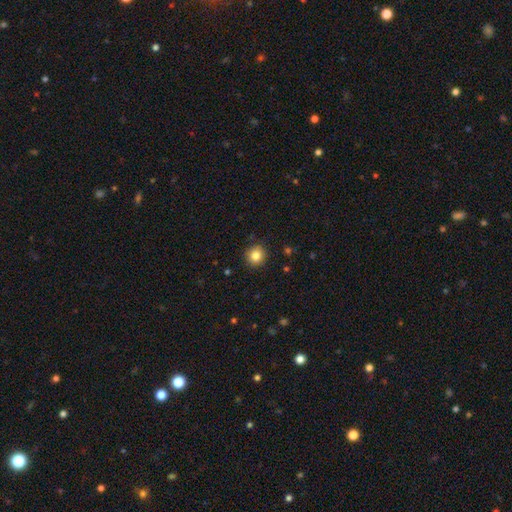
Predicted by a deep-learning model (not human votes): Smooth or featured?
  - smooth: 84% *
  - star or artifact: 10%
  - featured or disk: 6%
How rounded?
  - round: 92% *
  - in between: 7%
  - cigar-shaped: 1%
Merging?
  - none: 91% *
  - minor disturbance: 6%
  - major disturbance: 2%
  - merger: 1%